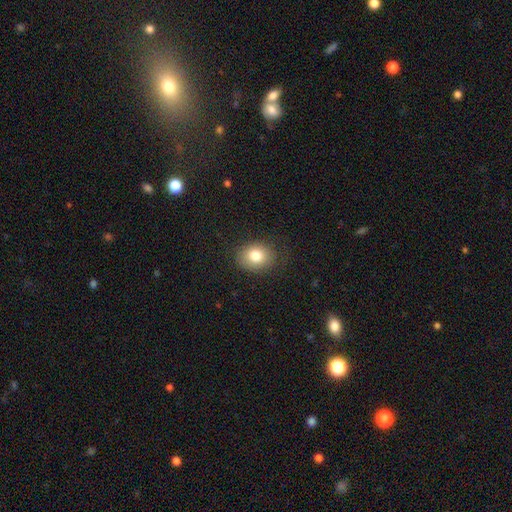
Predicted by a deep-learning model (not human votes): Morphology: type=smooth (81%); roundness=round (52%); merging=none (83%).